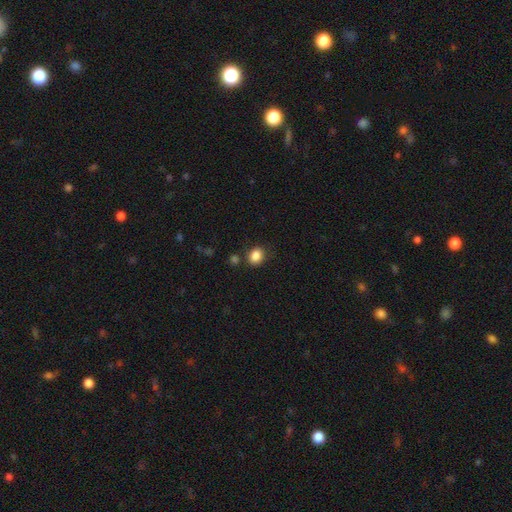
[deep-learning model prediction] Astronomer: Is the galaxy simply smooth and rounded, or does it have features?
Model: smooth — 86%.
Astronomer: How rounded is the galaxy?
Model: round — 56% (runner-up: in between, 44%).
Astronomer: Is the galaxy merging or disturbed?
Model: none — 77%.